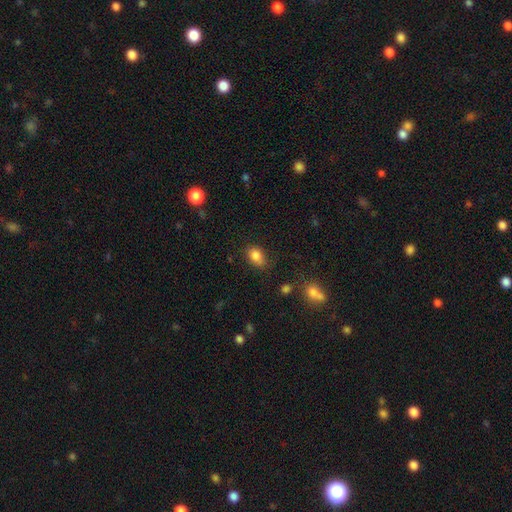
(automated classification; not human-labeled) smooth-or-featured: smooth: 84% | star or artifact: 10% | featured or disk: 6%
  how-rounded: in between: 76% | round: 23% | cigar-shaped: 2%
  merging: none: 67% | minor disturbance: 23% | major disturbance: 5% | merger: 4%